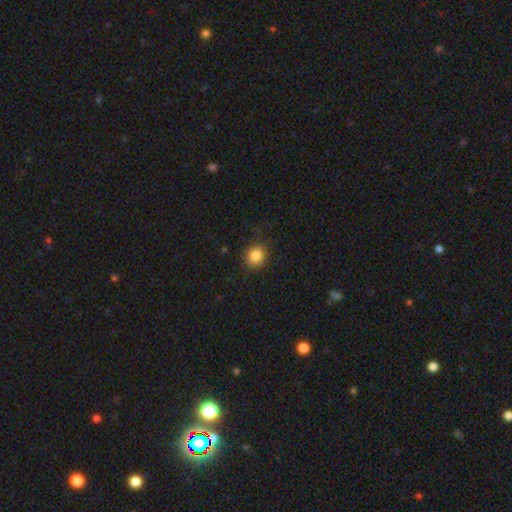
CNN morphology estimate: The model was most divided on "how rounded": round: 78%, in between: 21%, cigar-shaped: 1%. More confident: merging — none (89%); smooth or featured — smooth (85%).